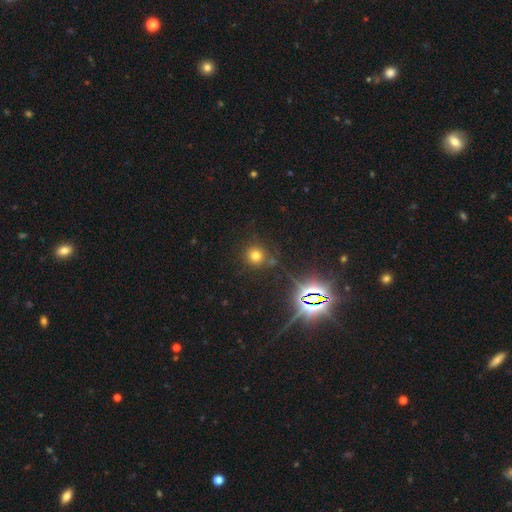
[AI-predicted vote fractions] Smooth or featured: smooth — 66% (star or artifact — 25%)
How rounded: round — 91% (in between — 8%)
Merging: none — 79% (minor disturbance — 10%)